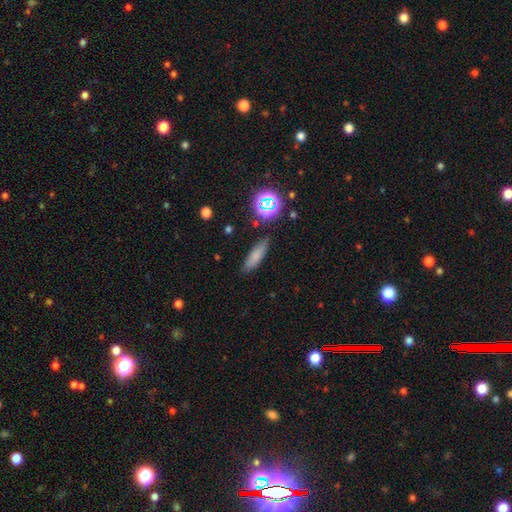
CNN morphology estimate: type=smooth (73%); roundness=cigar-shaped (57%); merging=none (81%).